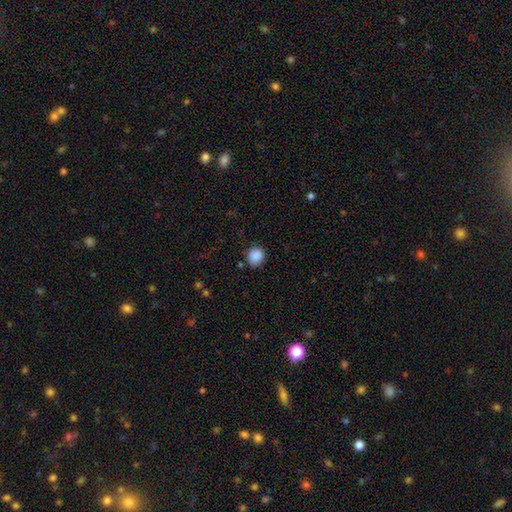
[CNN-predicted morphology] Q: Smooth or featured?
A: smooth (88%); runner-up: star or artifact (9%)
Q: How rounded?
A: round (81%); runner-up: in between (19%)
Q: Merging?
A: none (81%); runner-up: minor disturbance (14%)